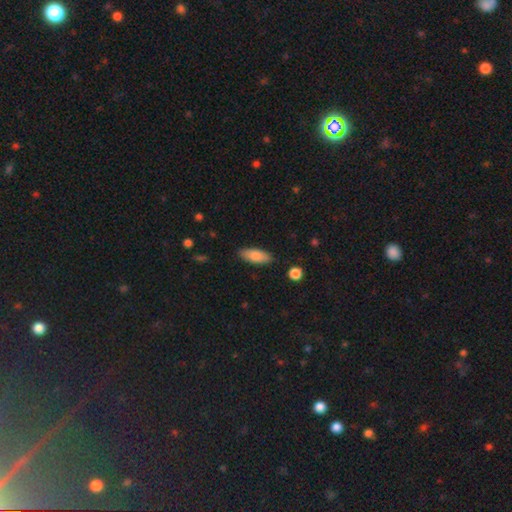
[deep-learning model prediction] Morphology: type=smooth (80%); roundness=in between (72%); merging=none (86%).